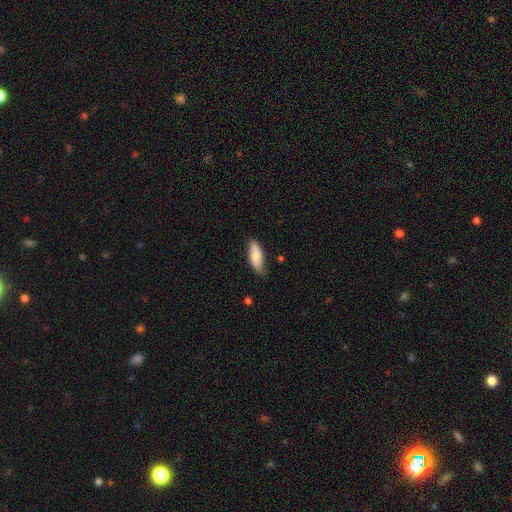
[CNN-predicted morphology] Smooth or featured? Predicted: smooth (p=0.82). How rounded? Predicted: in between (p=0.71). Merging? Predicted: none (p=0.74).